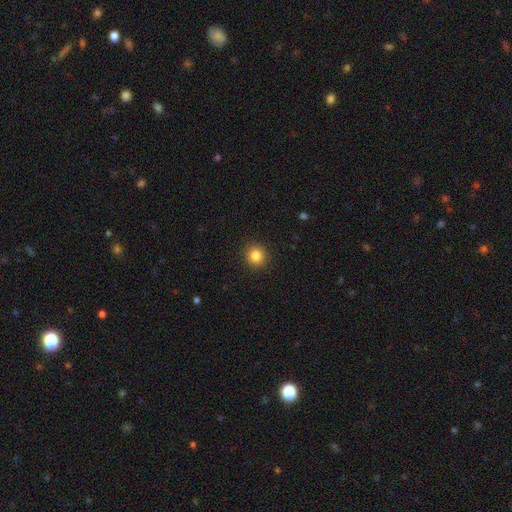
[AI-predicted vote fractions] This appears to be a smooth galaxy with no disk features (84%) that is round (92%). Merging: none (92%).